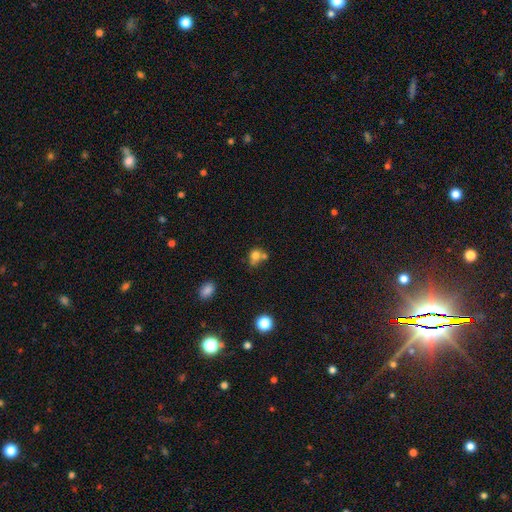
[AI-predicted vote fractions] Smooth or featured?
  - smooth: 73% *
  - featured or disk: 14%
  - star or artifact: 13%
How rounded?
  - round: 64% *
  - in between: 34%
  - cigar-shaped: 1%
Merging?
  - merger: 47% *
  - none: 33%
  - minor disturbance: 13%
  - major disturbance: 7%